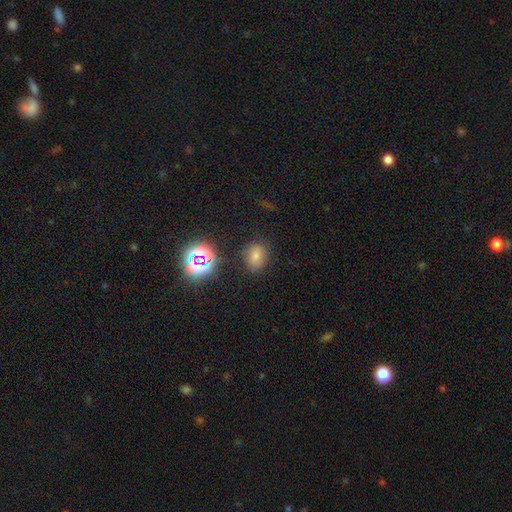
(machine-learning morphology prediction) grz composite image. It shows a smooth galaxy with no disk features (61%) that is in between round and cigar-shaped (54%). Merging: none (82%).